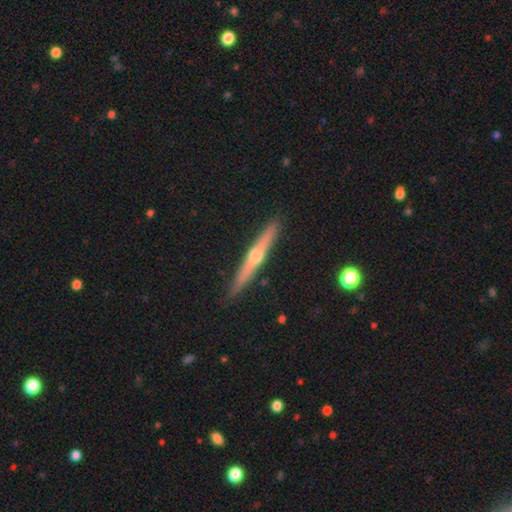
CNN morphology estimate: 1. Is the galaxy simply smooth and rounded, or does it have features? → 71% featured or disk, 24% smooth, 6% star or artifact.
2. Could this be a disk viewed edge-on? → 97% yes, 3% no.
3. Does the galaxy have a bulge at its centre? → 88% rounded, 10% none, 3% boxy.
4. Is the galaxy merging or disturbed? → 91% none, 7% minor disturbance, 1% major disturbance, 1% merger.